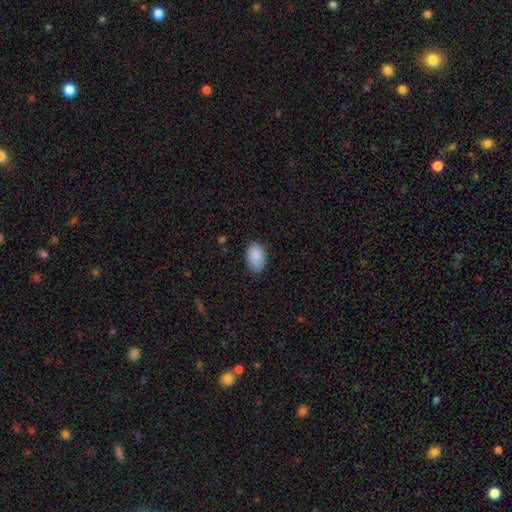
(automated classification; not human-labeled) This appears to be a smooth galaxy with no disk features (89%) that is in between round and cigar-shaped (91%). Merging: none (79%).